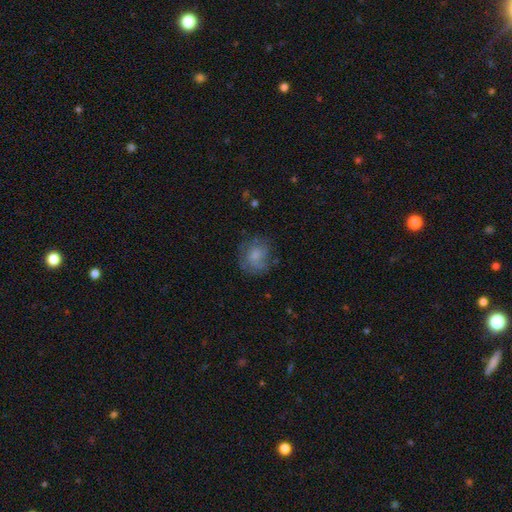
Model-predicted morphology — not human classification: A smooth galaxy with no disk features (63%) that is round (74%). Merging: none (64%).